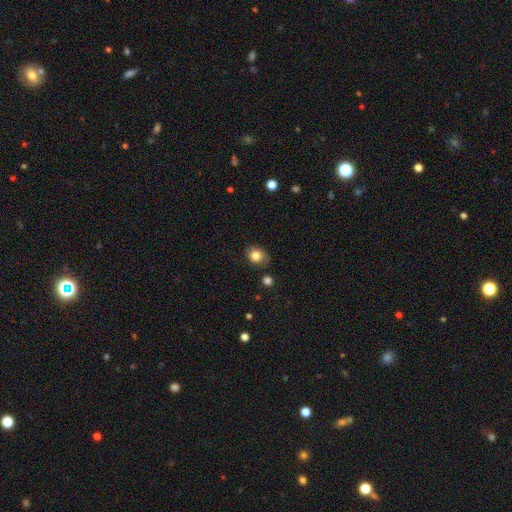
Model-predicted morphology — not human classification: type=smooth (80%); roundness=round (50%); merging=none (74%).